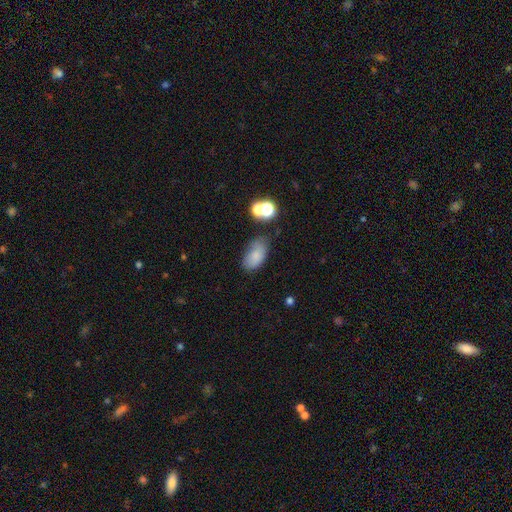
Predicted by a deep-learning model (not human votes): Morphology: type=smooth (78%); roundness=in between (92%); merging=none (59%).